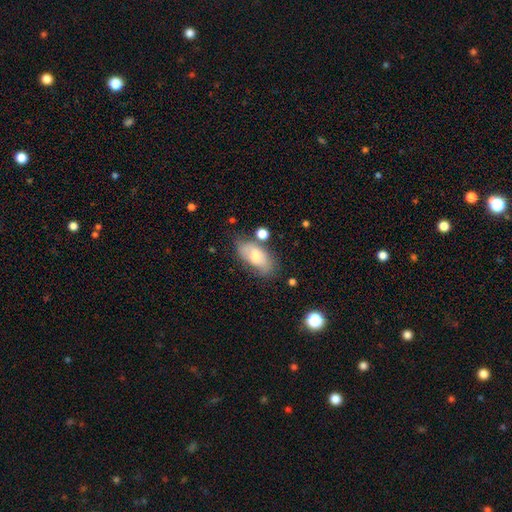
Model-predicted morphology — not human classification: Overall: smooth (66%; featured or disk 26%). How rounded: in between (91%). Merging: none (58%; minor disturbance 25%).